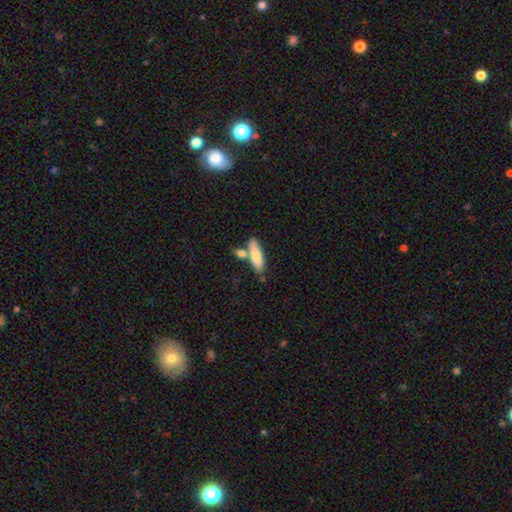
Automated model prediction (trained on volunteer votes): Smooth or featured? smooth (76%)
How rounded? cigar-shaped (56%)
Merging? none (57%)